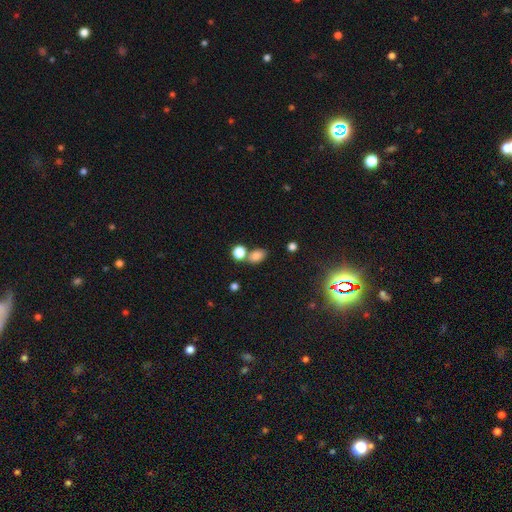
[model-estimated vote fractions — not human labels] Smooth or featured? smooth (79%)
How rounded? in between (75%)
Merging? none (58%)